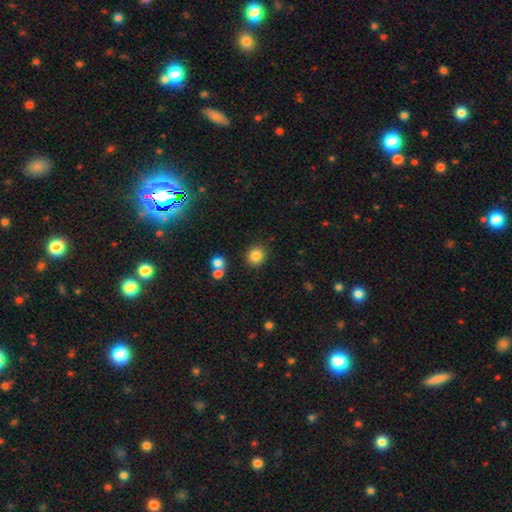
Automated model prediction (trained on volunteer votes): The model was most divided on "how rounded": round: 84%, in between: 15%, cigar-shaped: 1%. More confident: smooth or featured — smooth (84%); merging — none (83%).